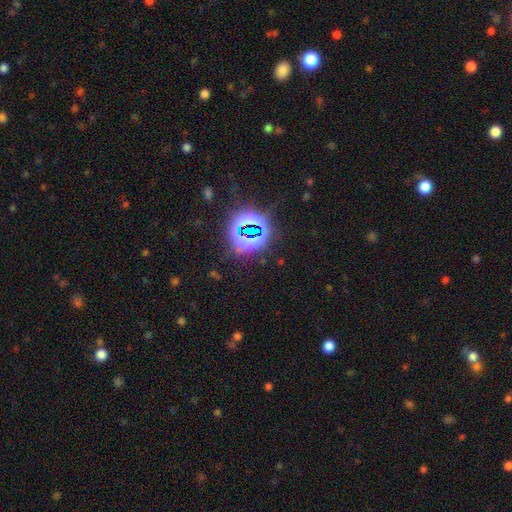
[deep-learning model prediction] smooth_or_featured: star or artifact (p=0.82) [alt: smooth p=0.11]